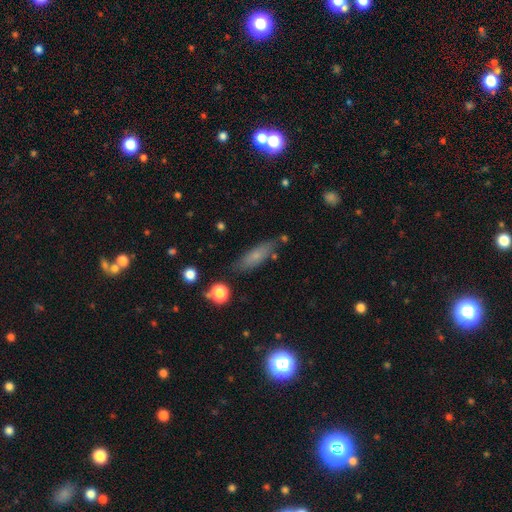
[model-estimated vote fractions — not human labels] Smooth or featured?
  - smooth: 71% *
  - featured or disk: 20%
  - star or artifact: 9%
How rounded?
  - cigar-shaped: 51% *
  - in between: 46%
  - round: 3%
Merging?
  - none: 76% *
  - minor disturbance: 16%
  - merger: 4%
  - major disturbance: 4%